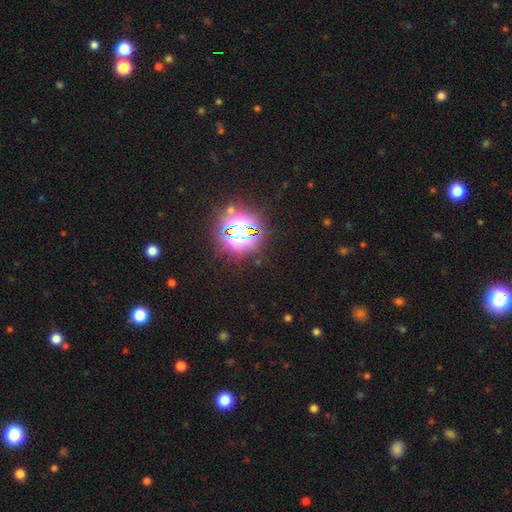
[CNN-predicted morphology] Q: Smooth or featured?
A: star or artifact (83%); runner-up: smooth (11%)